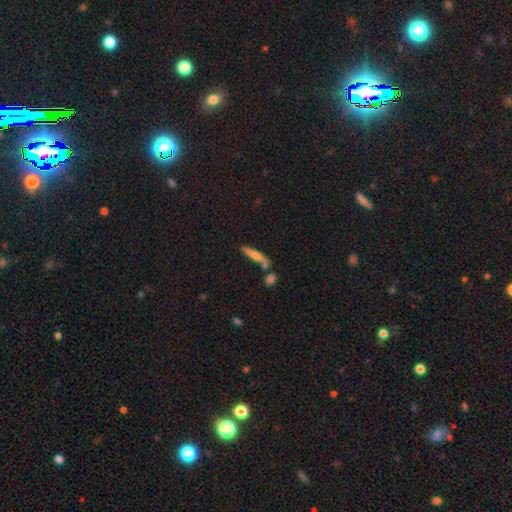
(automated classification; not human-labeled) smooth 57%, featured or disk 34%, star or artifact 9%. Down the decision tree: how rounded — cigar-shaped (83%); merging — none (69%).